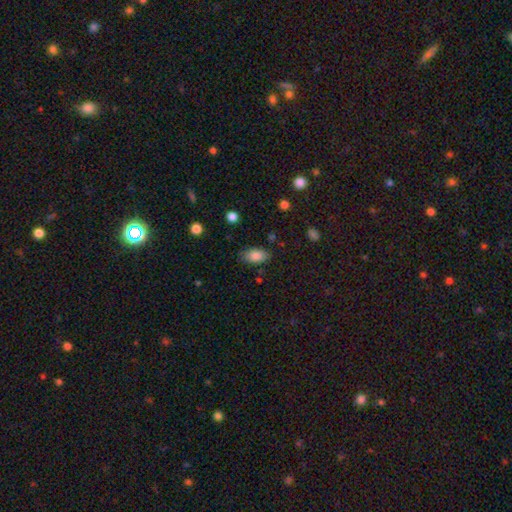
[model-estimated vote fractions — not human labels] smooth-or-featured: smooth: 84% | featured or disk: 8% | star or artifact: 8%
  how-rounded: in between: 92% | round: 5% | cigar-shaped: 3%
  merging: none: 82% | minor disturbance: 13% | major disturbance: 3% | merger: 2%